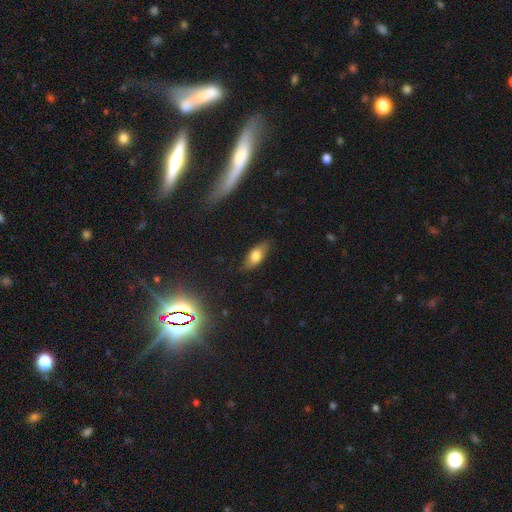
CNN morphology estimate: Overall: smooth (71%). How rounded: in between (78%). Merging: none (82%).